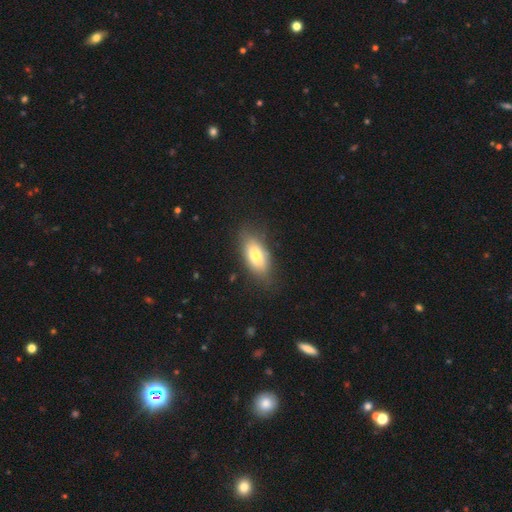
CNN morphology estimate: This appears to be a smooth galaxy with no disk features (75%) that is in between round and cigar-shaped (86%). Merging: none (79%).